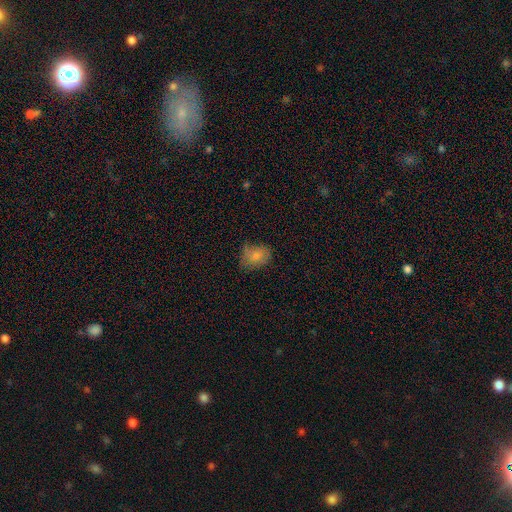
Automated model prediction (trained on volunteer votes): The model was most divided on "merging": none: 57%, minor disturbance: 31%, major disturbance: 10%, merger: 2%. More confident: smooth or featured — smooth (78%); how rounded — in between (64%).